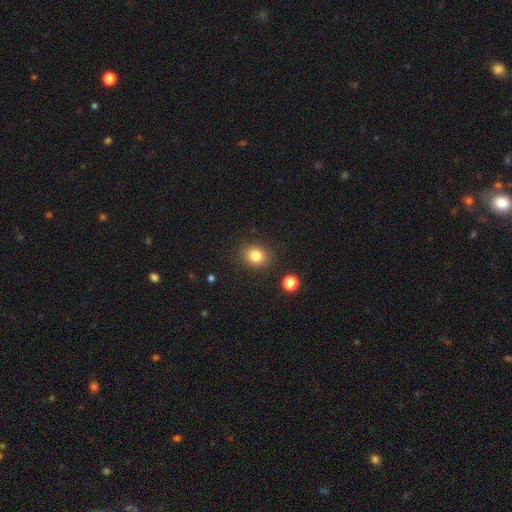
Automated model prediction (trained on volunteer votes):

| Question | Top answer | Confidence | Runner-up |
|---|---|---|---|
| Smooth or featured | smooth | 82% | star or artifact (11%) |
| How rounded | round | 60% | in between (39%) |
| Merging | none | 86% | minor disturbance (9%) |